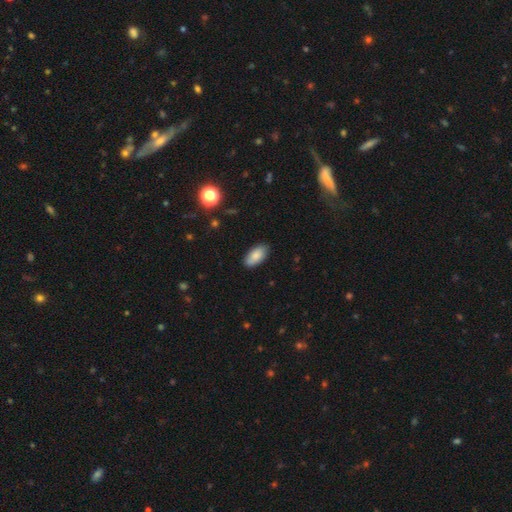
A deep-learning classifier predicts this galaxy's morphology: smooth_or_featured: smooth (p=0.84) [alt: featured or disk p=0.08]
how_rounded: in between (p=0.93) [alt: cigar-shaped p=0.04]
merging: none (p=0.85) [alt: minor disturbance p=0.11]